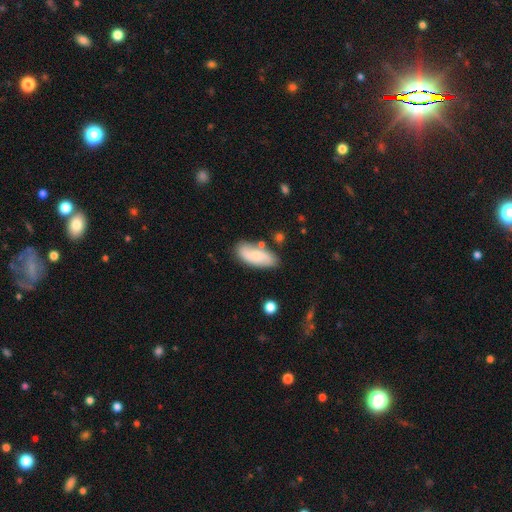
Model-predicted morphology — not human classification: Smooth or featured?
  - smooth: 65% *
  - featured or disk: 28%
  - star or artifact: 6%
How rounded?
  - in between: 81% *
  - cigar-shaped: 16%
  - round: 2%
Merging?
  - none: 71% *
  - minor disturbance: 17%
  - merger: 8%
  - major disturbance: 4%